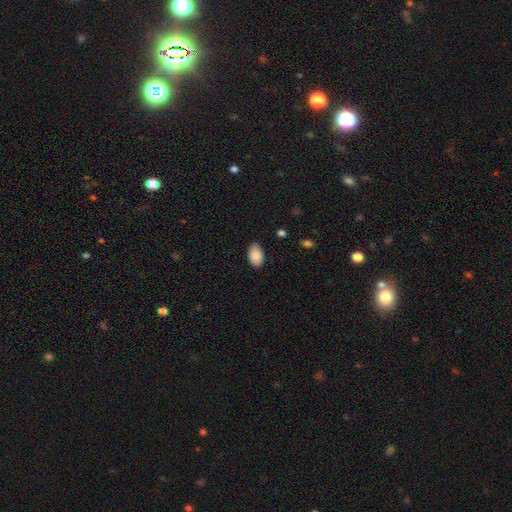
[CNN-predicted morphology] smooth 89%, star or artifact 7%, featured or disk 4%. Down the decision tree: how rounded — in between (93%); merging — none (82%).